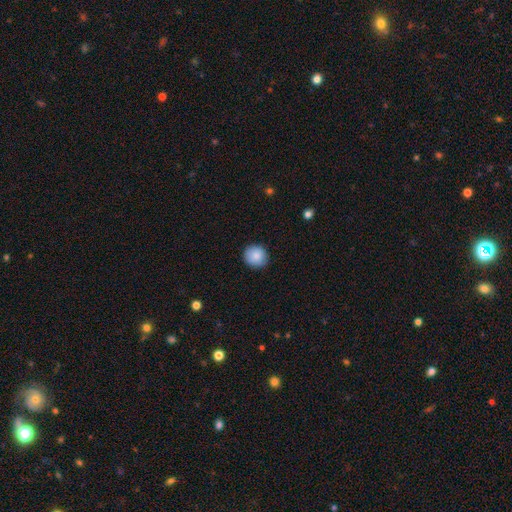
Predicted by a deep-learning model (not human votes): Q: Smooth or featured?
A: smooth (87%); runner-up: star or artifact (7%)
Q: How rounded?
A: round (90%); runner-up: in between (9%)
Q: Merging?
A: none (89%); runner-up: minor disturbance (9%)